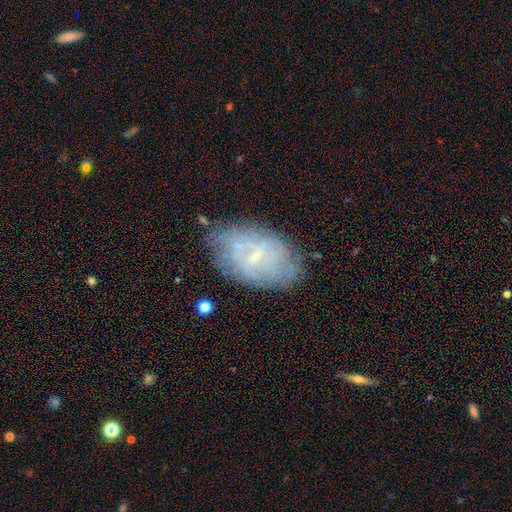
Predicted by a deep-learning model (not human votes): Smooth or featured?
  - featured or disk: 58% *
  - smooth: 31%
  - star or artifact: 11%
Edge-on disk?
  - no: 95% *
  - yes: 5%
Bar?
  - weak: 45% *
  - no: 43%
  - strong: 12%
Spiral arms?
  - yes: 57% *
  - no: 43%
Bulge size?
  - small: 73% *
  - moderate: 14%
  - none: 11%
  - large: 1%
  - dominant: 1%
Merging?
  - none: 69% *
  - minor disturbance: 20%
  - major disturbance: 7%
  - merger: 3%